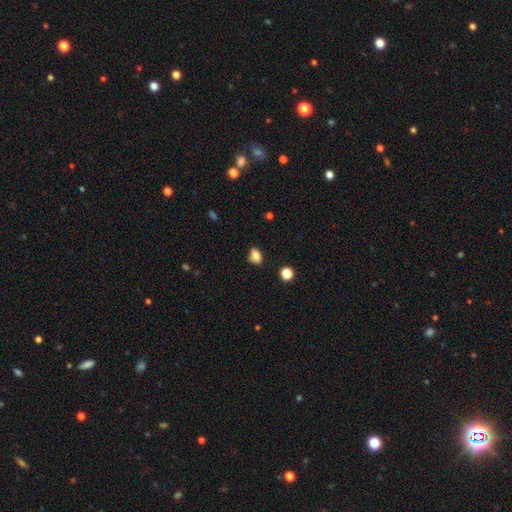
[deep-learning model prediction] Smooth or featured? smooth (80%)
How rounded? in between (72%)
Merging? none (70%)